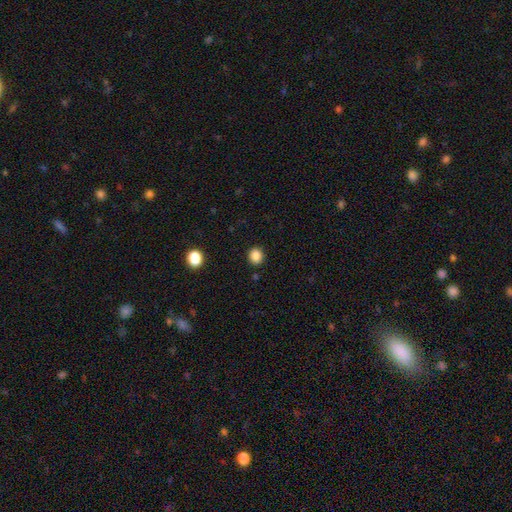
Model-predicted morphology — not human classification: Smooth or featured: smooth — 86% (star or artifact — 11%)
How rounded: round — 73% (in between — 26%)
Merging: none — 89% (minor disturbance — 7%)